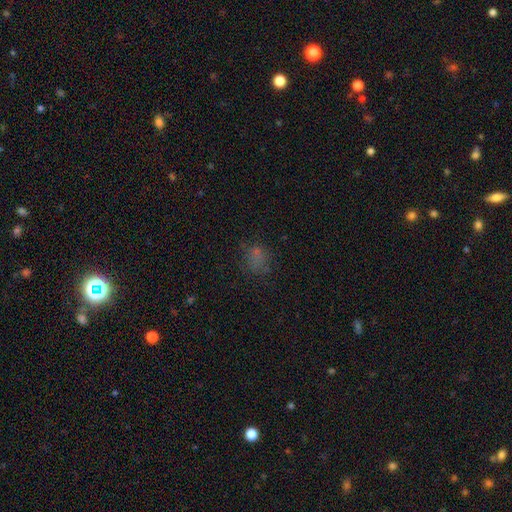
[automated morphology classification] Q: Smooth or featured?
A: smooth (59%); runner-up: star or artifact (29%)
Q: How rounded?
A: in between (49%); tied with: round (49%)
Q: Merging?
A: none (64%); runner-up: minor disturbance (19%)